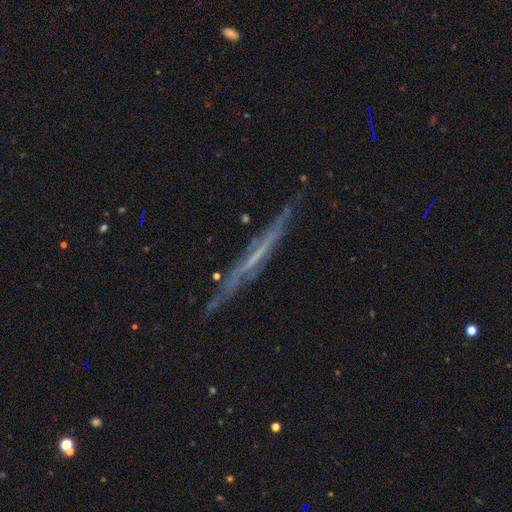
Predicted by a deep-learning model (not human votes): Q: Smooth or featured?
A: featured or disk (65%); runner-up: smooth (25%)
Q: Edge-on disk?
A: yes (89%); runner-up: no (11%)
Q: Edge-on bulge?
A: none (85%); runner-up: rounded (10%)
Q: Merging?
A: none (79%); runner-up: minor disturbance (16%)